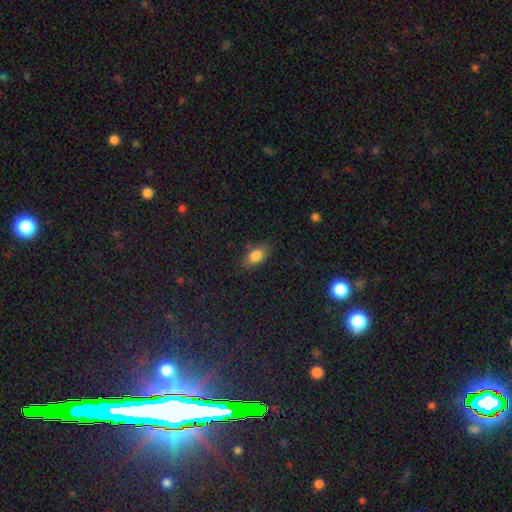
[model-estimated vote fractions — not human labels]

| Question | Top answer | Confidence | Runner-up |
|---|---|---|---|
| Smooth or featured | smooth | 81% | star or artifact (10%) |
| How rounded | in between | 87% | round (7%) |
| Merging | none | 78% | minor disturbance (16%) |